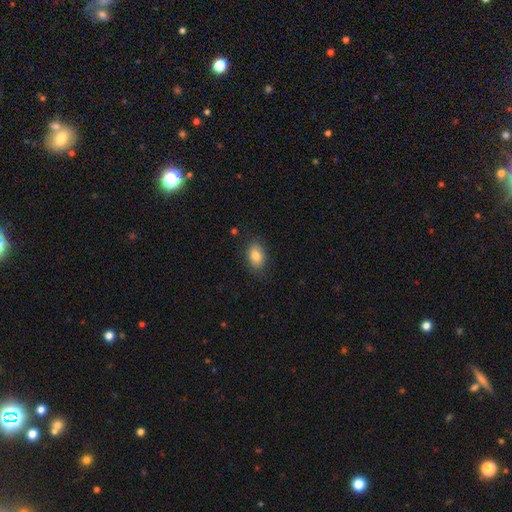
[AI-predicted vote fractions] This is clearly a smooth galaxy (81%). How rounded: clearly in between (84%). Merging: clearly none (82%).